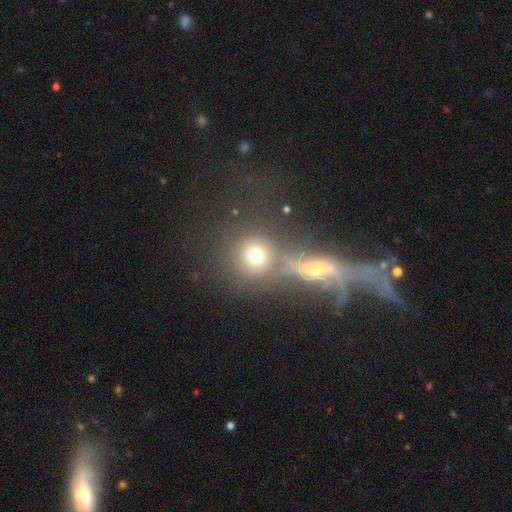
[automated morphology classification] A smooth galaxy with no disk features (72%) that is round (88%).

Vote fractions:
- Smooth or featured? smooth: 72% / featured or disk: 15% / star or artifact: 14%
- How rounded? round: 88% / in between: 11% / cigar-shaped: 2%
- Merging? none: 46% / merger: 39% / minor disturbance: 8% / major disturbance: 7%